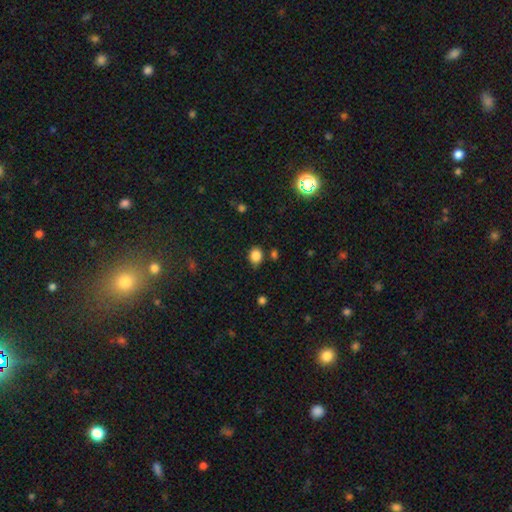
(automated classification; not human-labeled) A smooth galaxy with no disk features (85%) that is round (53%). Merging: none (77%).